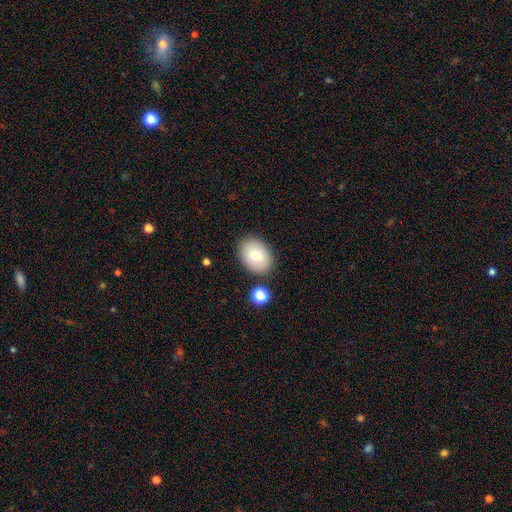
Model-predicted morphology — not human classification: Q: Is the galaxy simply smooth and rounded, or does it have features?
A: smooth — 76%.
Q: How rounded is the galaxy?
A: in between — 74%.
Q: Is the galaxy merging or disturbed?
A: none — 83%.